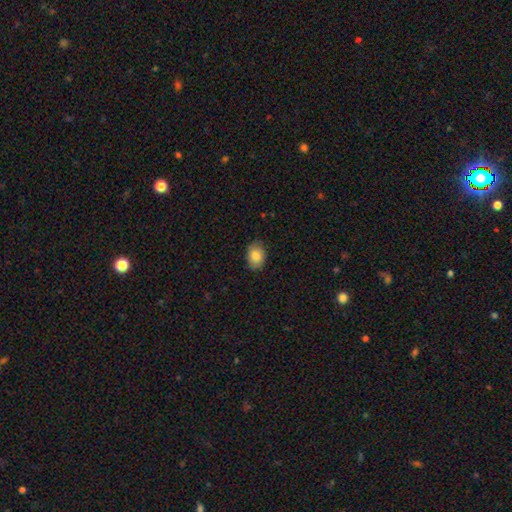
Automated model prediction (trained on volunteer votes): The model was most divided on "how rounded": in between: 76%, round: 23%, cigar-shaped: 1%. More confident: smooth or featured — smooth (85%); merging — none (82%).